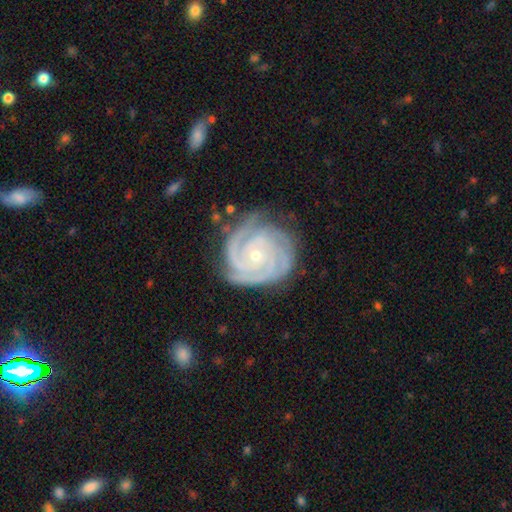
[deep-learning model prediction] A featured or disk galaxy (92%) with no bar (75%), 3 (42%) tight (83%) spiral arms (99%) and a small central bulge (77%). Merging: none (75%).